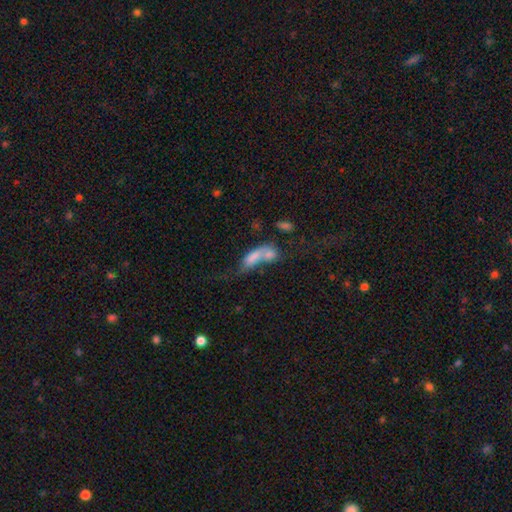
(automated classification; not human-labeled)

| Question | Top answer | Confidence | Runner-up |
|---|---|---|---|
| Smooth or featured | smooth | 69% | featured or disk (21%) |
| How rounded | in between | 70% | cigar-shaped (23%) |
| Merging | merger | 63% | none (15%) |